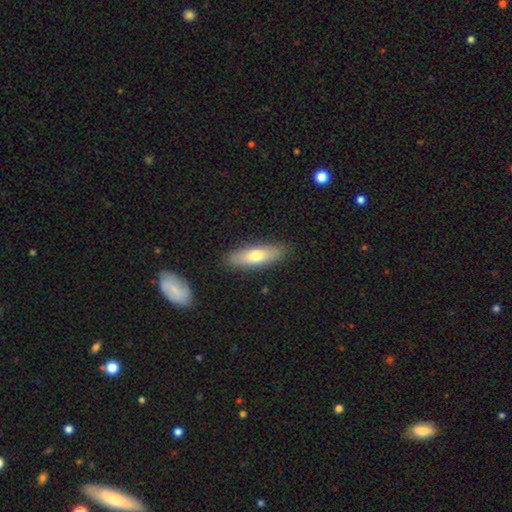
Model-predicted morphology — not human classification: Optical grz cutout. It shows a smooth galaxy with no disk features (68%) that is in between round and cigar-shaped (53%). Merging: none (87%).